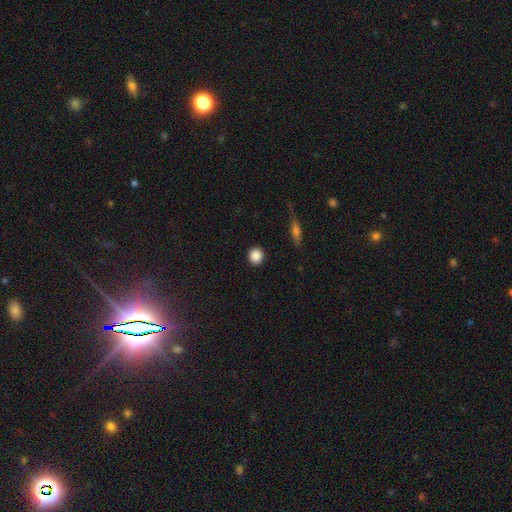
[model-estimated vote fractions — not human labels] smooth-or-featured: smooth: 87% | star or artifact: 9% | featured or disk: 4%
  how-rounded: round: 90% | in between: 9% | cigar-shaped: 1%
  merging: none: 92% | minor disturbance: 5% | major disturbance: 2% | merger: 1%